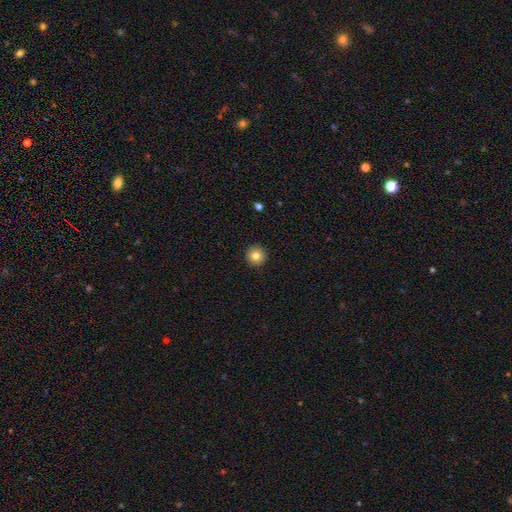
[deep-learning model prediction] A smooth galaxy with no disk features (81%) that is round (96%).

Vote fractions:
- Smooth or featured? smooth: 81% / star or artifact: 10% / featured or disk: 9%
- How rounded? round: 96% / in between: 3% / cigar-shaped: 1%
- Merging? none: 93% / minor disturbance: 4% / major disturbance: 1% / merger: 1%